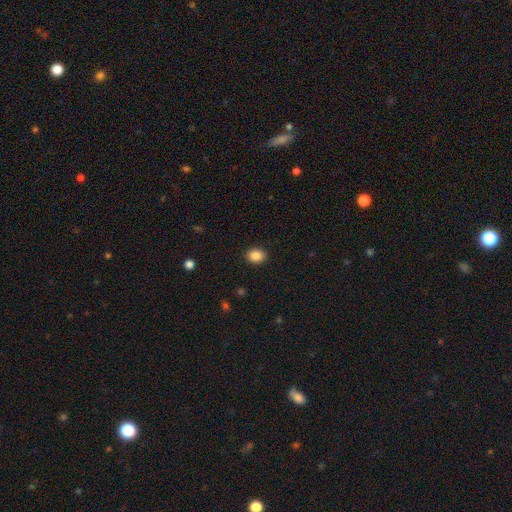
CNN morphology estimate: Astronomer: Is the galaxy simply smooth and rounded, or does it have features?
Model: smooth — 87%.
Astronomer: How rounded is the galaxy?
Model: in between — 53% (runner-up: round, 46%).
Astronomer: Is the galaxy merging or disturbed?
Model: none — 91%.